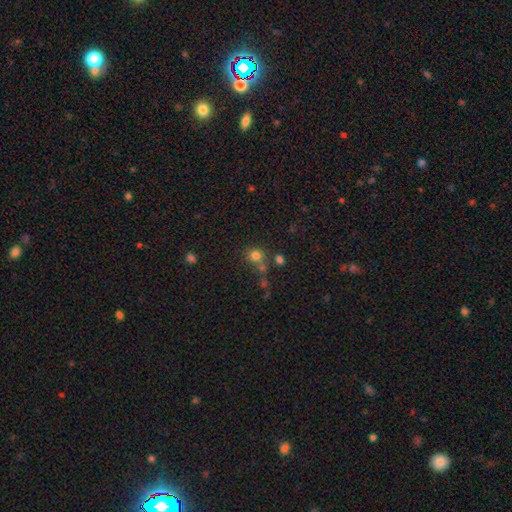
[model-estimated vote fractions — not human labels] smooth 75%, star or artifact 17%, featured or disk 8%. Down the decision tree: how rounded — round (85%); merging — none (60%).